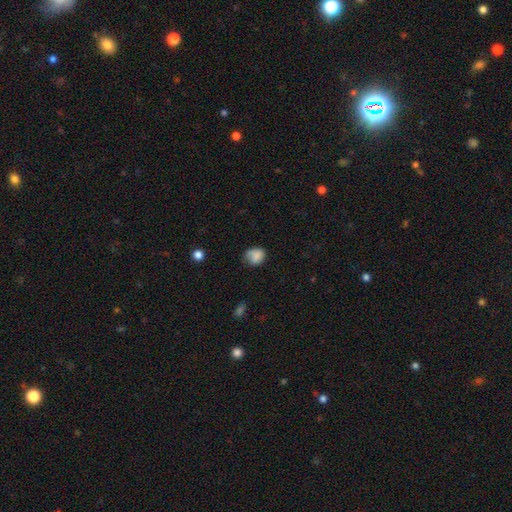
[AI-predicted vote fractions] Smooth or featured: smooth — 79% (featured or disk — 12%)
How rounded: round — 55% (in between — 44%)
Merging: none — 51% (minor disturbance — 33%)